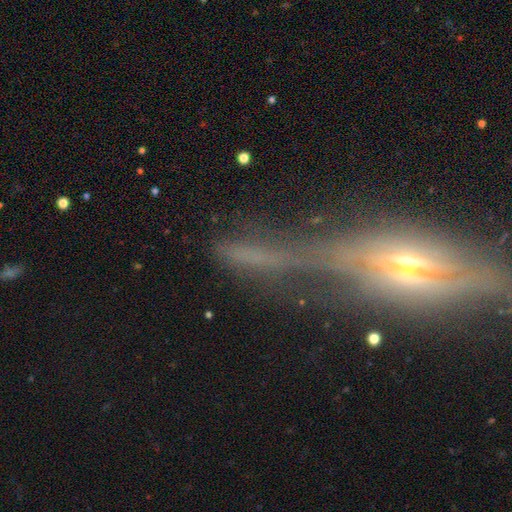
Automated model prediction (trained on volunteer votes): featured or disk 36%, star or artifact 33%, smooth 31%. Down the decision tree: merging — none (41%).